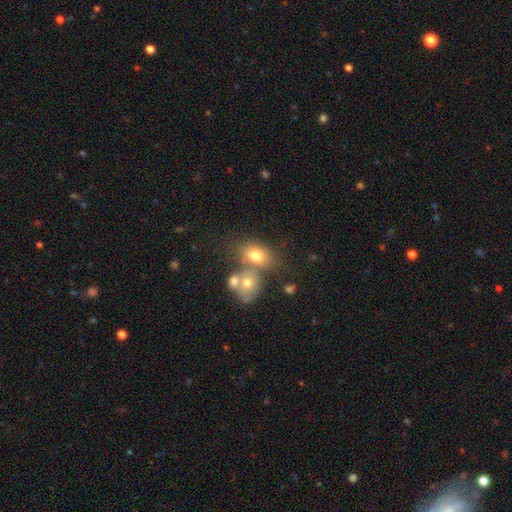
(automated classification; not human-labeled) Q: Smooth or featured?
A: smooth (70%); runner-up: featured or disk (18%)
Q: How rounded?
A: in between (72%); runner-up: round (27%)
Q: Merging?
A: none (42%); runner-up: merger (41%)